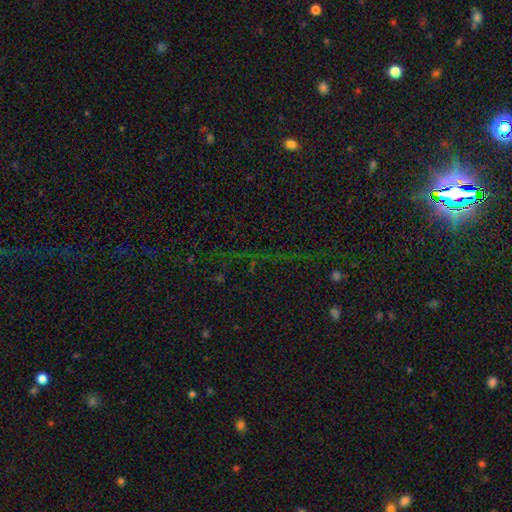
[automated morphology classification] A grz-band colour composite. It shows a star or artifact, not a galaxy (81%).